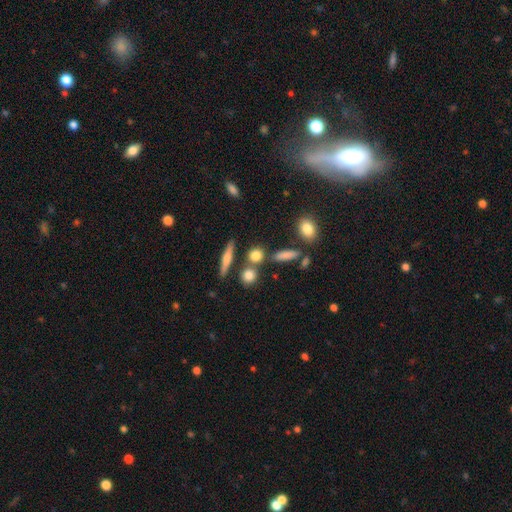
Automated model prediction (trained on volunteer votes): Smooth or featured? smooth (77%)
How rounded? round (57%)
Merging? none (69%)